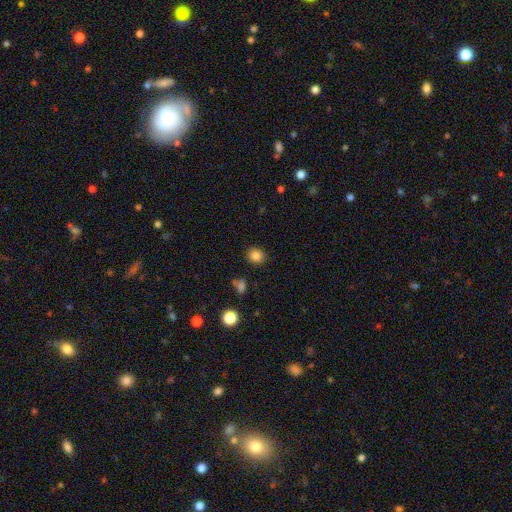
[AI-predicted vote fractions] smooth 85%, star or artifact 11%, featured or disk 4%. Down the decision tree: how rounded — round (77%); merging — none (87%).